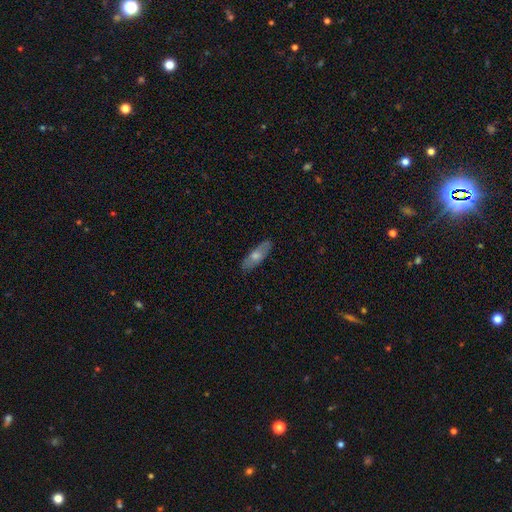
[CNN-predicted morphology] smooth 52%, featured or disk 41%, star or artifact 7%. Down the decision tree: how rounded — in between (51%); merging — none (86%).